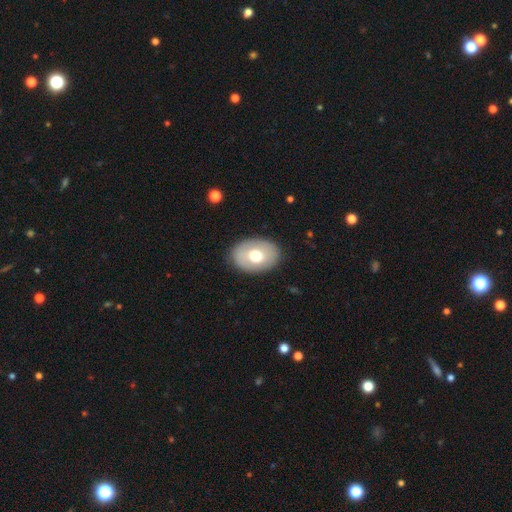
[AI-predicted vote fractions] Smooth or featured?
  - smooth: 63% *
  - featured or disk: 31%
  - star or artifact: 6%
How rounded?
  - in between: 78% *
  - round: 21%
  - cigar-shaped: 1%
Merging?
  - none: 86% *
  - minor disturbance: 10%
  - major disturbance: 3%
  - merger: 1%